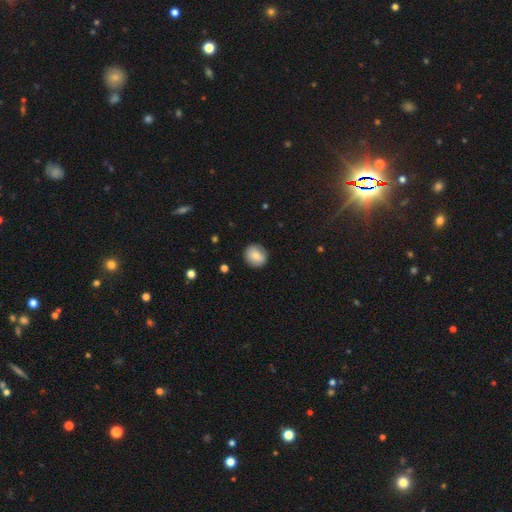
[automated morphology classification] This appears to be a smooth galaxy with no disk features (78%) that is round (84%). Merging: none (86%).